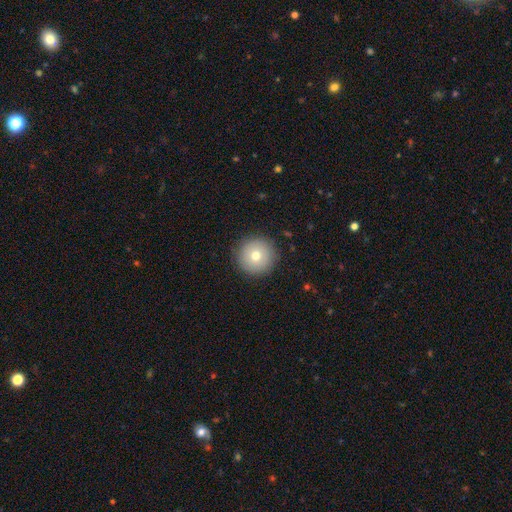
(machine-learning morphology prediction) Smooth or featured?
  - smooth: 74% *
  - featured or disk: 16%
  - star or artifact: 11%
How rounded?
  - round: 96% *
  - in between: 3%
  - cigar-shaped: 1%
Merging?
  - none: 90% *
  - minor disturbance: 7%
  - major disturbance: 2%
  - merger: 1%